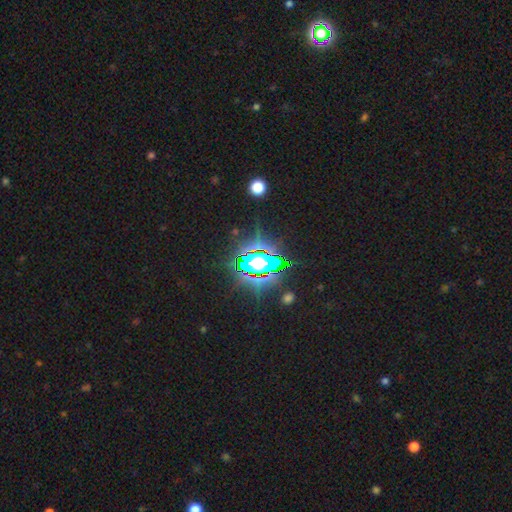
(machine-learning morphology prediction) Smooth or featured: star or artifact — 79% (smooth — 11%)